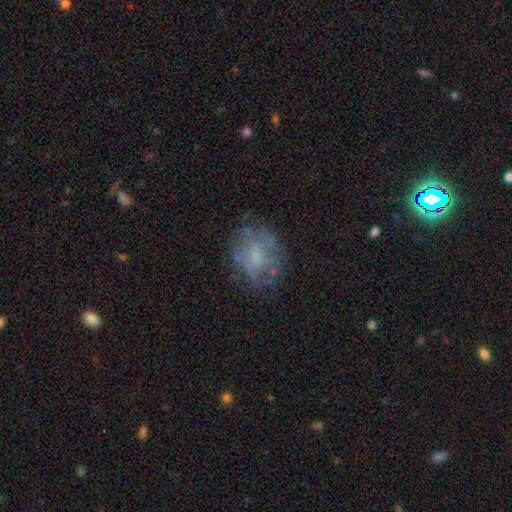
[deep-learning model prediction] Q: Smooth or featured?
A: featured or disk (49%); runner-up: smooth (40%)
Q: Merging?
A: none (65%); runner-up: minor disturbance (20%)